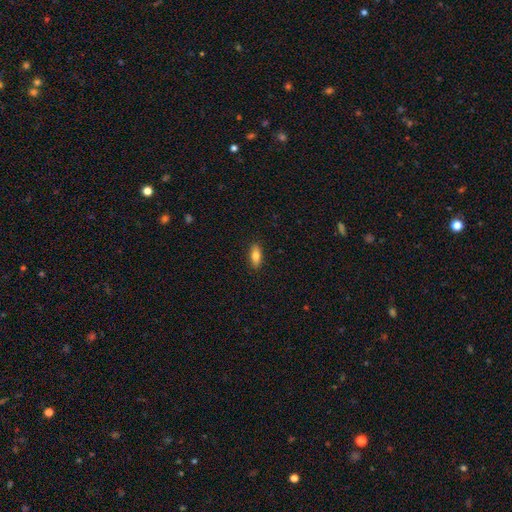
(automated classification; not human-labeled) This is likely a smooth galaxy (77%). How rounded: likely in between (75%). Merging: clearly none (89%).